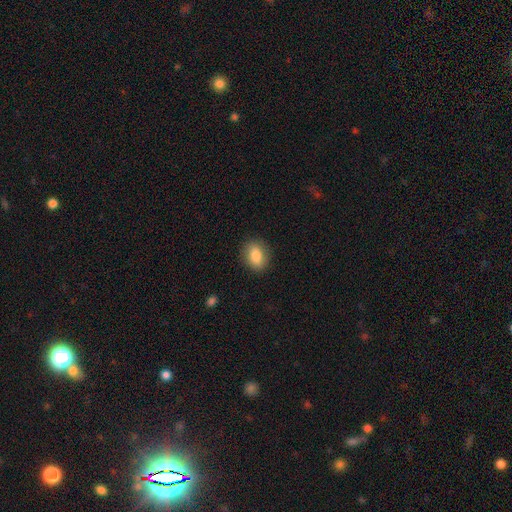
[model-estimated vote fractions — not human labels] smooth-or-featured: smooth: 85% | star or artifact: 8% | featured or disk: 7%
  how-rounded: in between: 70% | round: 28% | cigar-shaped: 2%
  merging: none: 87% | minor disturbance: 9% | major disturbance: 3% | merger: 1%